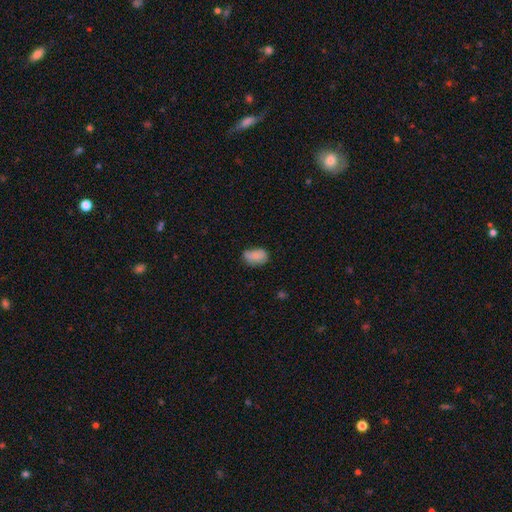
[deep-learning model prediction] A smooth galaxy with no disk features (81%) that is in between round and cigar-shaped (85%).

Vote fractions:
- Smooth or featured? smooth: 81% / featured or disk: 10% / star or artifact: 9%
- How rounded? in between: 85% / round: 13% / cigar-shaped: 1%
- Merging? none: 52% / minor disturbance: 35% / major disturbance: 9% / merger: 4%